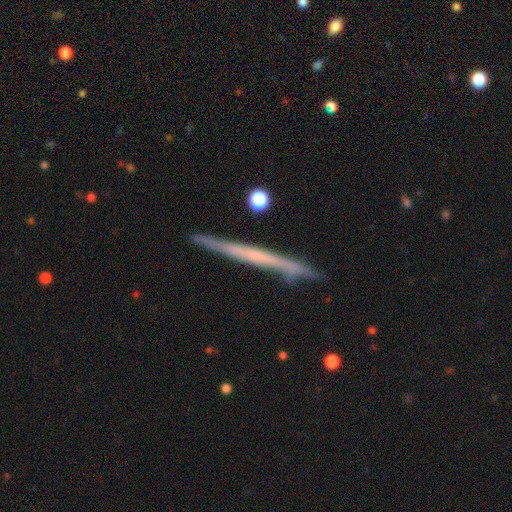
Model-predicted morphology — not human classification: smooth_or_featured: featured or disk (p=0.59) [alt: smooth p=0.34]
disk_edge_on: yes (p=0.96) [alt: no p=0.04]
edge_on_bulge: none (p=0.87) [alt: rounded p=0.09]
merging: none (p=0.86) [alt: minor disturbance p=0.10]